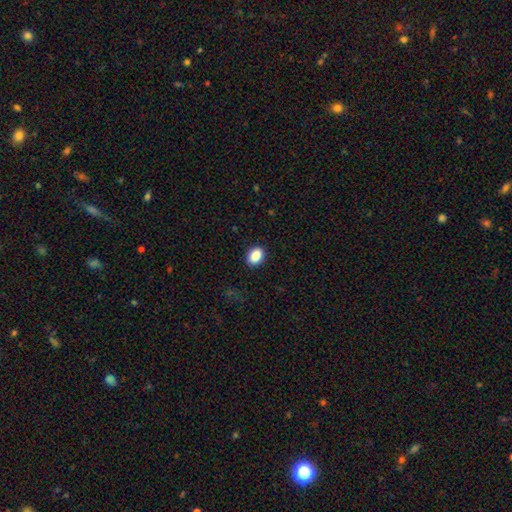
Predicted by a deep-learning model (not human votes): This is clearly a smooth galaxy (88%). How rounded: likely in between (72%). Merging: clearly none (89%).